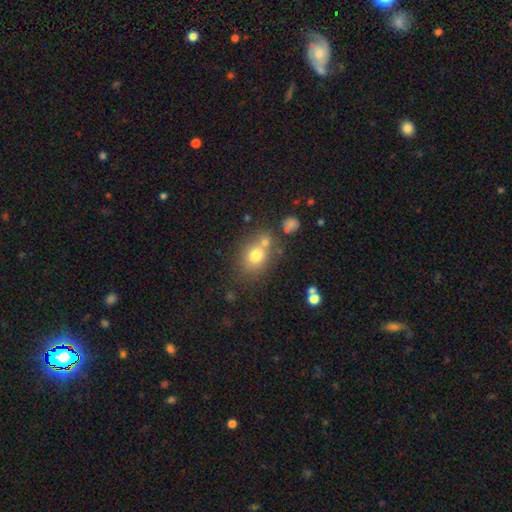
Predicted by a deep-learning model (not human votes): A smooth galaxy with no disk features (73%) that is round (51%).

Vote fractions:
- Smooth or featured? smooth: 73% / featured or disk: 14% / star or artifact: 14%
- How rounded? round: 51% / in between: 48% / cigar-shaped: 1%
- Merging? none: 57% / merger: 25% / minor disturbance: 13% / major disturbance: 5%